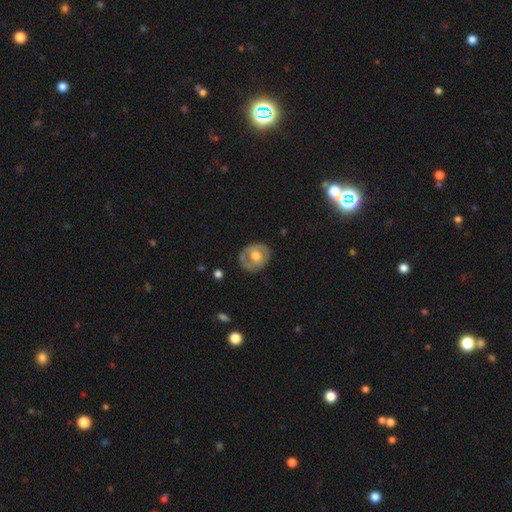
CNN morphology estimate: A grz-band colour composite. It shows a featured or disk galaxy (47%, tied with smooth). Merging: none (71%).